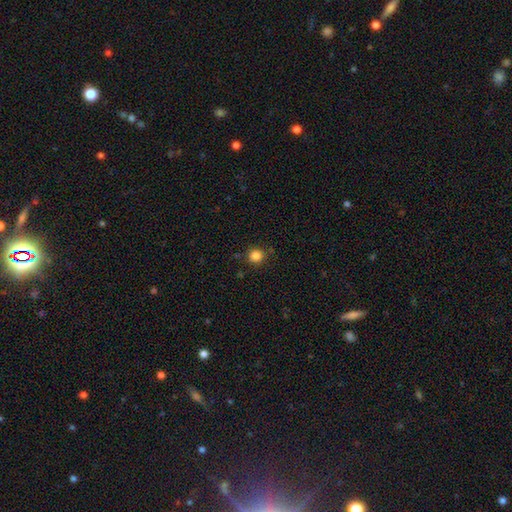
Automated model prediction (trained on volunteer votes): This is clearly a smooth galaxy (84%). How rounded: clearly round (89%). Merging: clearly none (85%).